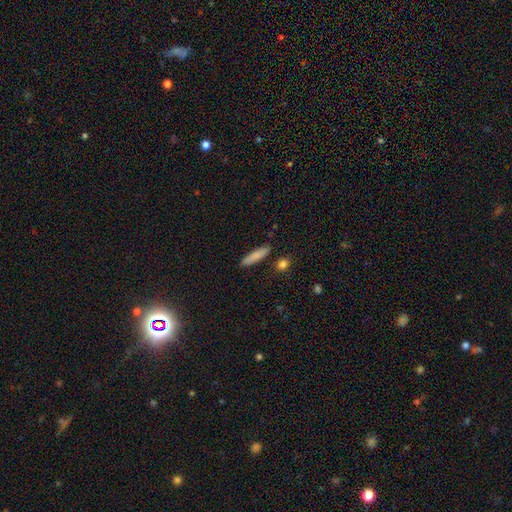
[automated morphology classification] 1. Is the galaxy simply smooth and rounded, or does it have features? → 82% smooth, 12% featured or disk, 6% star or artifact.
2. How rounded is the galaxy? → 80% cigar-shaped, 18% in between, 2% round.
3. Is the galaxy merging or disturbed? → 85% none, 10% minor disturbance, 3% merger, 2% major disturbance.